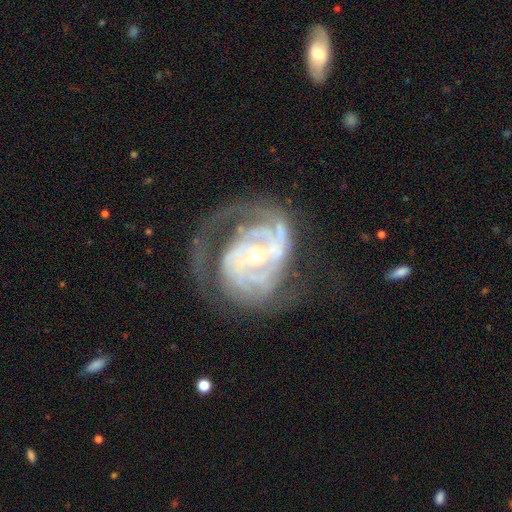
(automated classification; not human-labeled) smooth_or_featured: featured or disk (p=0.89) [alt: smooth p=0.06]
disk_edge_on: no (p=0.97) [alt: yes p=0.03]
bar: no (p=0.53) [alt: weak p=0.33]
has_spiral_arms: yes (p=0.95) [alt: no p=0.05]
spiral_winding: tight (p=0.55) [alt: medium p=0.34]
spiral_arm_count: 2 (p=0.31) [alt: can't tell p=0.25]
bulge_size: small (p=0.67) [alt: moderate p=0.29]
merging: none (p=0.47) [alt: major disturbance p=0.32]